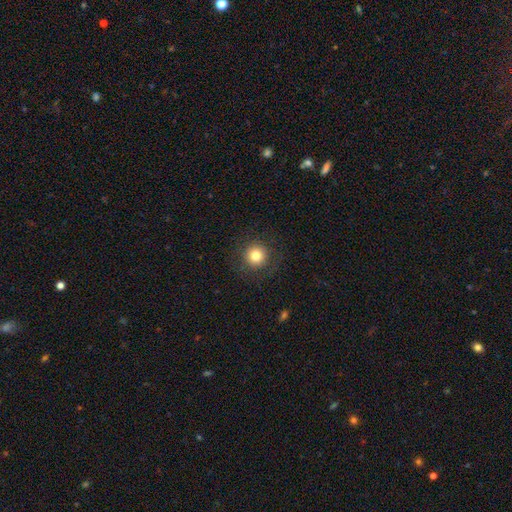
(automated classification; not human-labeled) smooth_or_featured: smooth (p=0.81) [alt: star or artifact p=0.11]
how_rounded: round (p=0.95) [alt: in between p=0.04]
merging: none (p=0.88) [alt: minor disturbance p=0.07]